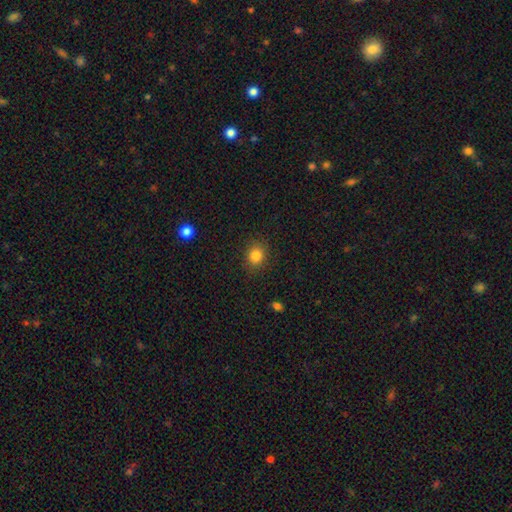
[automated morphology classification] A smooth galaxy with no disk features (83%) that is round (71%). Merging: none (87%).